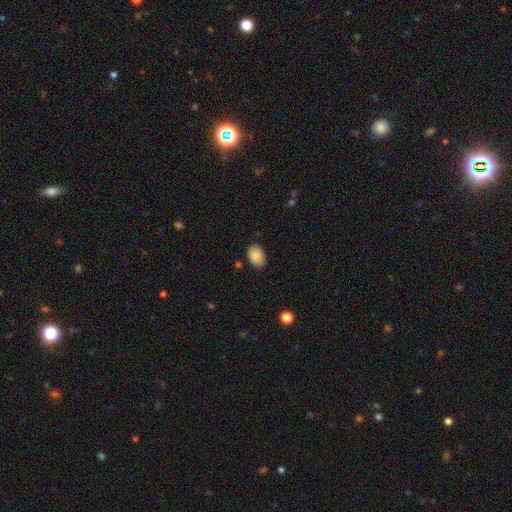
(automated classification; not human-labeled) A smooth galaxy with no disk features (87%) that is in between round and cigar-shaped (81%). Merging: none (86%).